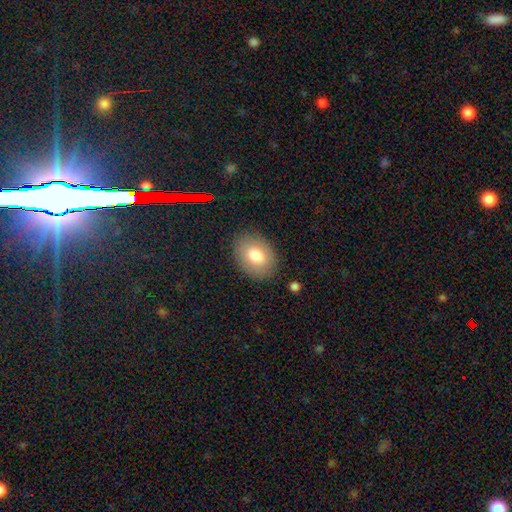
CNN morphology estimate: A smooth galaxy with no disk features (79%) that is in between round and cigar-shaped (71%). Merging: none (85%).